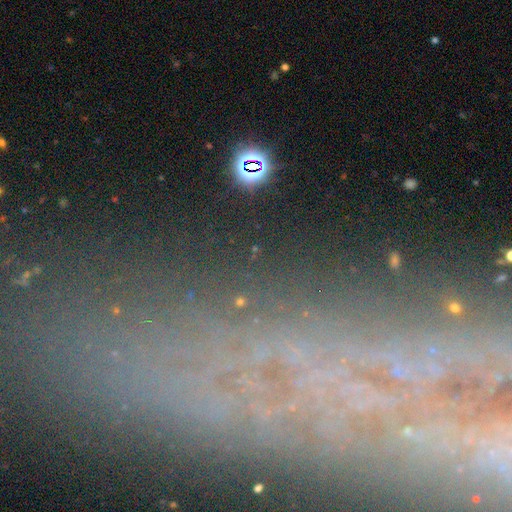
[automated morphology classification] Smooth or featured?
  - star or artifact: 42% *
  - featured or disk: 35%
  - smooth: 22%